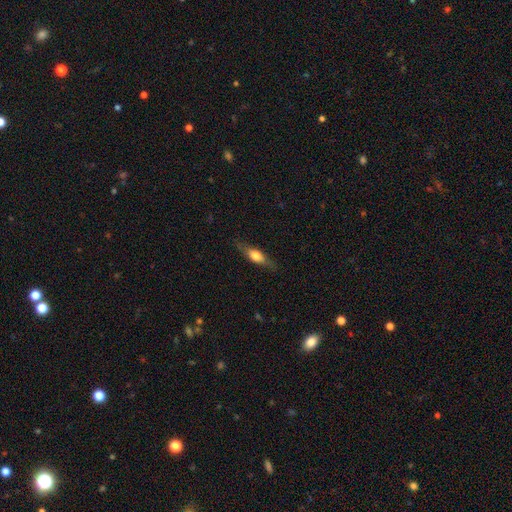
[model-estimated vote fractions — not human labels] smooth 54%, featured or disk 39%, star or artifact 6%. Down the decision tree: how rounded — cigar-shaped (52%); merging — none (80%).